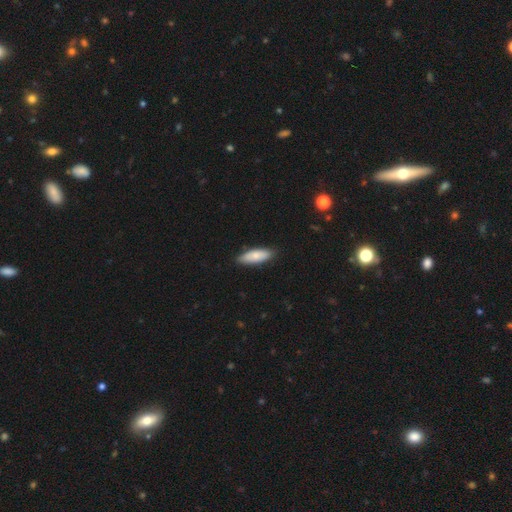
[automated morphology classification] Smooth or featured: smooth — 77% (featured or disk — 18%)
How rounded: in between — 66% (cigar-shaped — 32%)
Merging: none — 84% (minor disturbance — 13%)